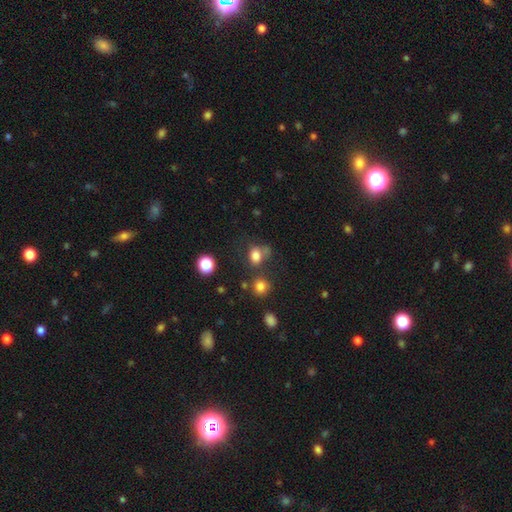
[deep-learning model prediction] A smooth galaxy with no disk features (78%) that is in between round and cigar-shaped (55%). Merging: none (55%).